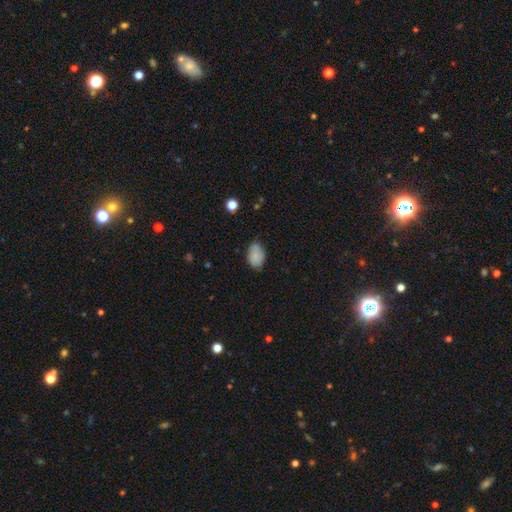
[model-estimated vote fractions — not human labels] smooth-or-featured: smooth: 81% | featured or disk: 10% | star or artifact: 8%
  how-rounded: in between: 84% | round: 15% | cigar-shaped: 1%
  merging: none: 66% | minor disturbance: 27% | major disturbance: 4% | merger: 3%